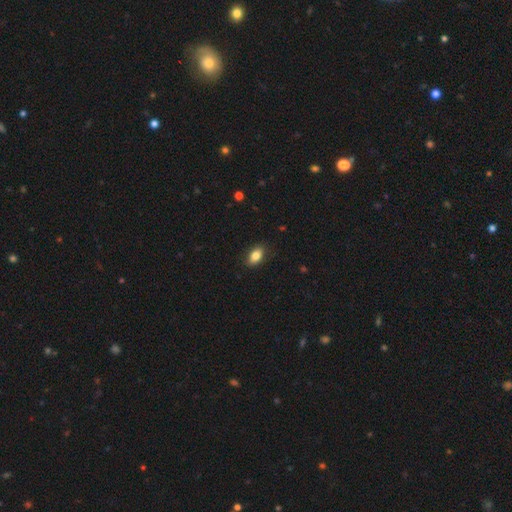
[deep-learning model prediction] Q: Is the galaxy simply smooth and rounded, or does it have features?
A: smooth — 83%.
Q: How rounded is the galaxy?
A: in between — 88%.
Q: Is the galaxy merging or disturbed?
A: none — 86%.